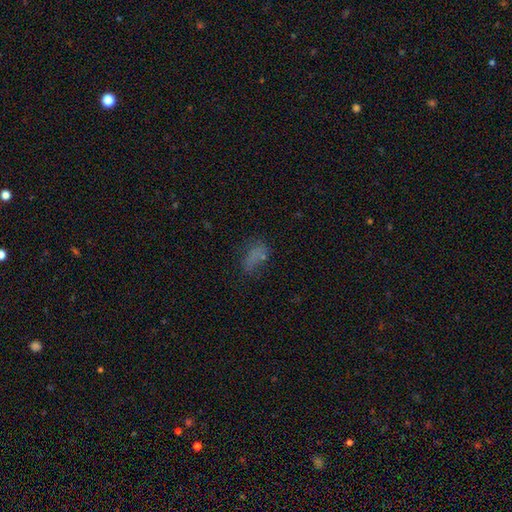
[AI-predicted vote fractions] Overall: smooth (63%). How rounded: in between (81%). Merging: none (49%; minor disturbance 23%).